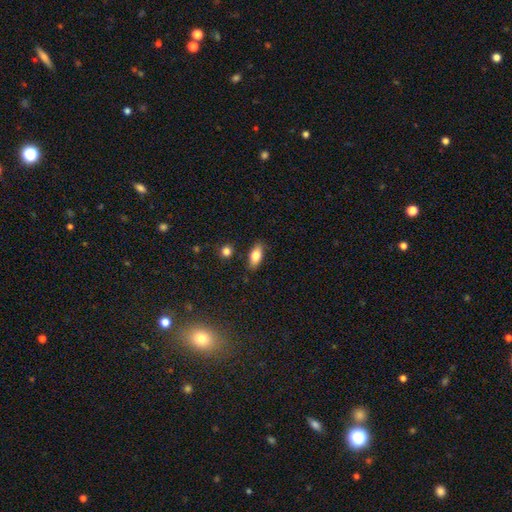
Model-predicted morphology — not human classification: Smooth or featured? smooth (78%)
How rounded? in between (83%)
Merging? none (83%)